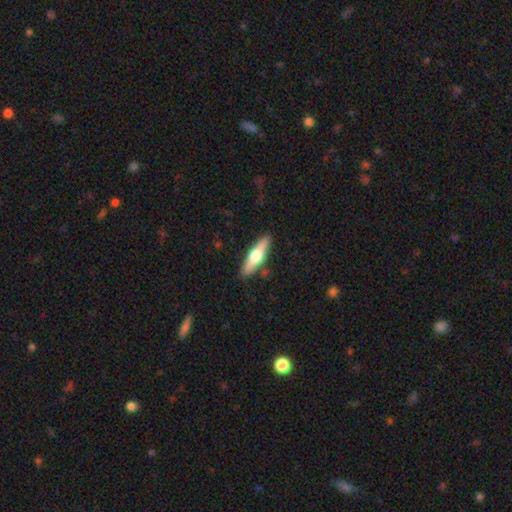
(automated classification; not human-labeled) Overall: featured or disk (49%; smooth 46%). Merging: none (87%).